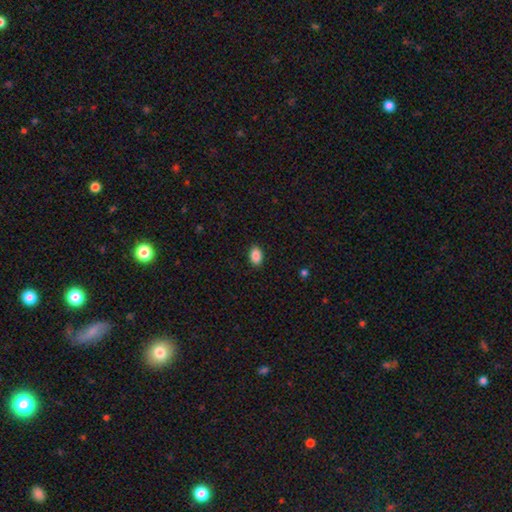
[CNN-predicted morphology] type=smooth (88%); roundness=in between (89%); merging=none (90%).